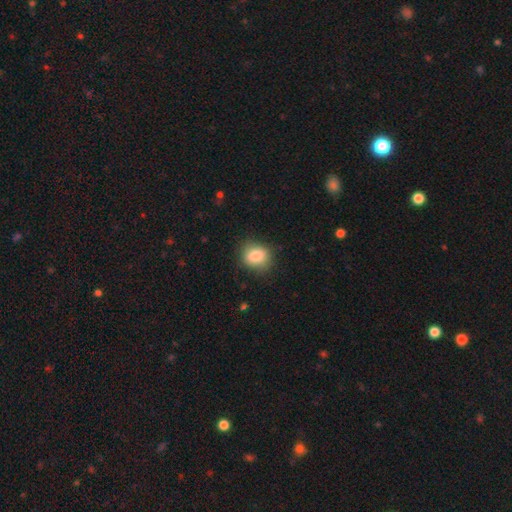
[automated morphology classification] This appears to be a smooth galaxy with no disk features (84%) that is round (61%). Merging: none (82%).